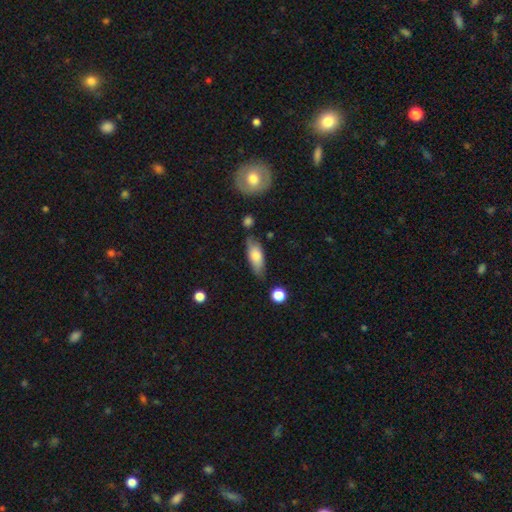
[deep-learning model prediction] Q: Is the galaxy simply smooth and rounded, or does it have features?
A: smooth — 72%.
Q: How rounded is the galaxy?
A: in between — 73%.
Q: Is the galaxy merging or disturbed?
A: none — 71%.